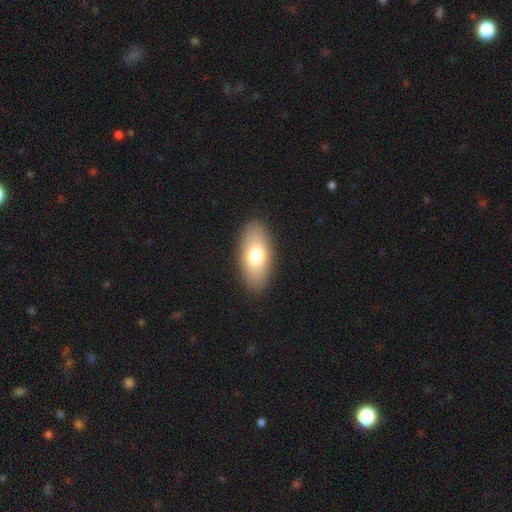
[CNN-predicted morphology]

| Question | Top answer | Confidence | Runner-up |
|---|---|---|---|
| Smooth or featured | smooth | 73% | featured or disk (20%) |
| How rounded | in between | 90% | cigar-shaped (6%) |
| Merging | none | 89% | minor disturbance (8%) |